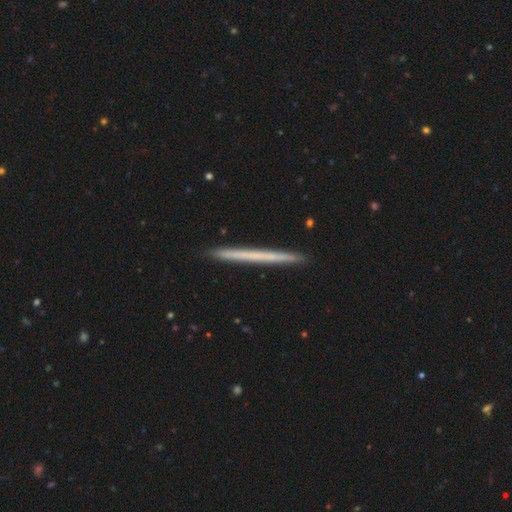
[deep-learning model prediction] smooth-or-featured: smooth: 47% (tied) | featured or disk: 47% (tied) | star or artifact: 6%
  merging: none: 93% | minor disturbance: 5% | merger: 1% | major disturbance: 1%